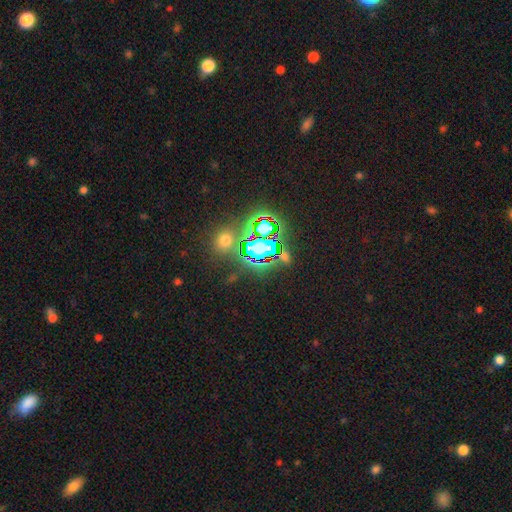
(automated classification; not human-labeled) This appears to be a star or artifact, not a galaxy (80%).